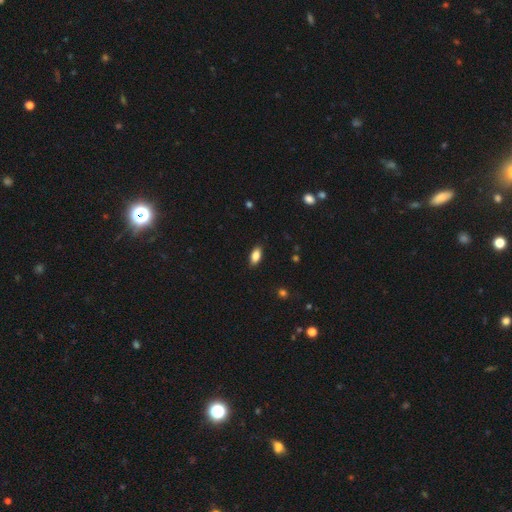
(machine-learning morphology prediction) Smooth or featured? Predicted: smooth (p=0.86). How rounded? Predicted: in between (p=0.89). Merging? Predicted: none (p=0.87).